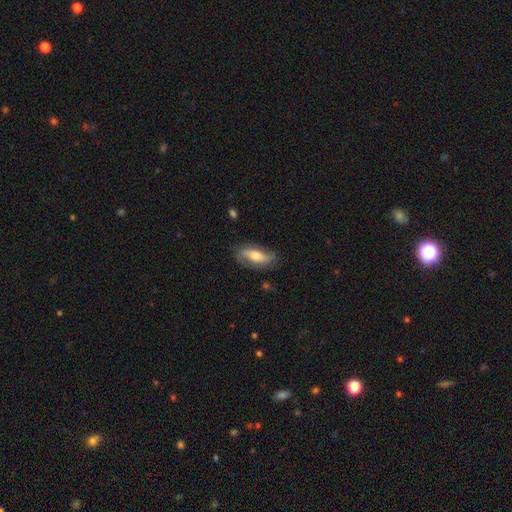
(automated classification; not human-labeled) Smooth or featured: featured or disk — 56% (smooth — 37%)
Edge-on disk: no — 79% (yes — 21%)
Merging: none — 75% (minor disturbance — 18%)